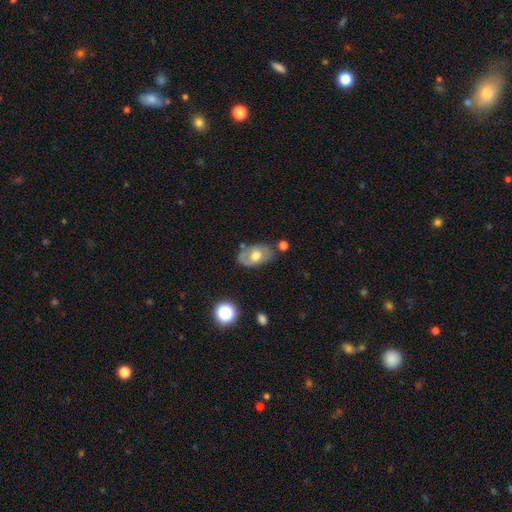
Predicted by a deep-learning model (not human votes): Smooth or featured: smooth — 46% (tied with featured or disk — 46%)
Merging: none — 62% (minor disturbance — 23%)